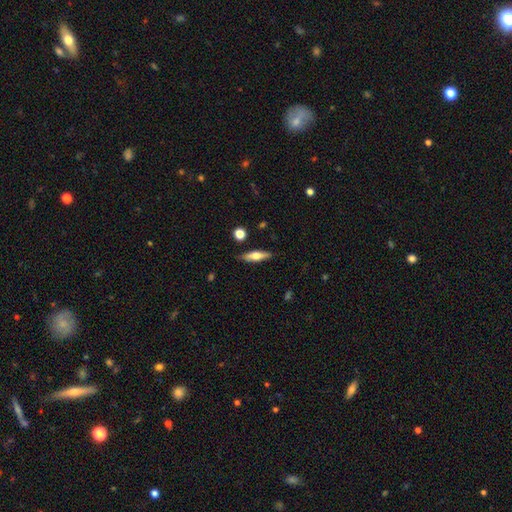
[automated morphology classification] A smooth galaxy with no disk features (52%) that is cigar-shaped (65%). Merging: none (85%).